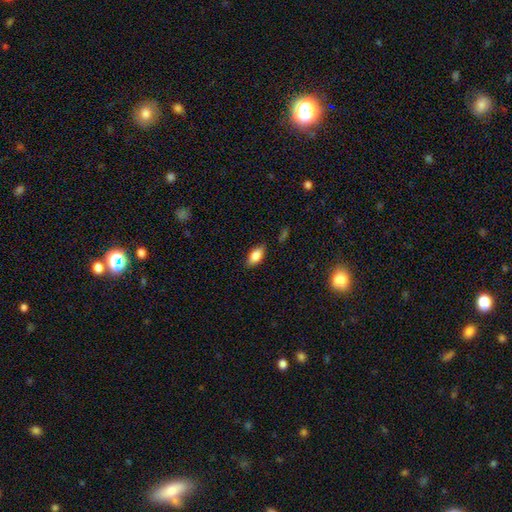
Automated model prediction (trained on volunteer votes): smooth 84%, featured or disk 9%, star or artifact 7%. Down the decision tree: how rounded — in between (90%); merging — none (82%).